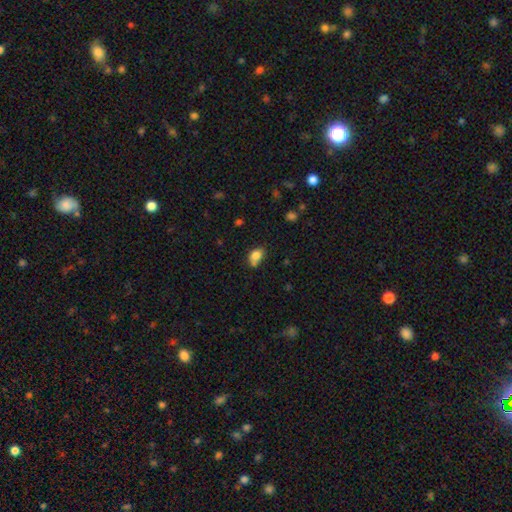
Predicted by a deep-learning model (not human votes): smooth 81%, star or artifact 10%, featured or disk 8%. Down the decision tree: how rounded — in between (69%); merging — none (53%).